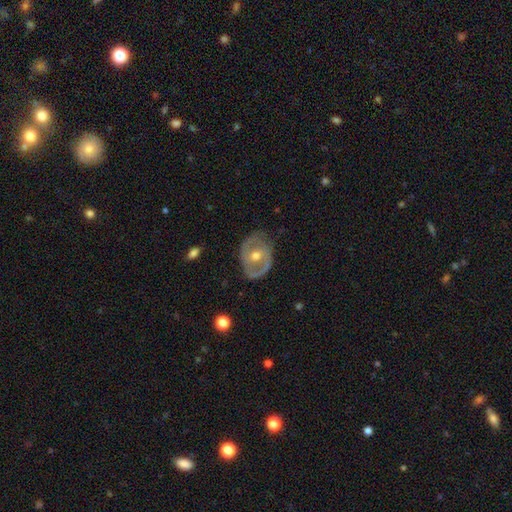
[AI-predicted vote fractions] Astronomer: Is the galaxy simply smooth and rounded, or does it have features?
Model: featured or disk — 73%.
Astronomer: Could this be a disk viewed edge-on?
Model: no — 95%.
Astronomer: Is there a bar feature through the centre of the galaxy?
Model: no — 57%.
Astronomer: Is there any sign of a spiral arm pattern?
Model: yes — 62% (runner-up: no, 38%).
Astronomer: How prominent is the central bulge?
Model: moderate — 70%.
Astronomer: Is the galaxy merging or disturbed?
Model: none — 68%.